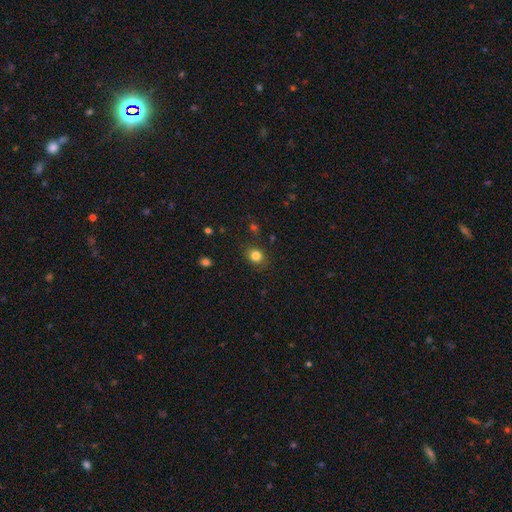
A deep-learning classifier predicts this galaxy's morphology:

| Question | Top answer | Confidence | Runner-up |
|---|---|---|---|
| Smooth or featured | smooth | 82% | star or artifact (12%) |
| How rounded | round | 73% | in between (26%) |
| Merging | none | 84% | minor disturbance (11%) |